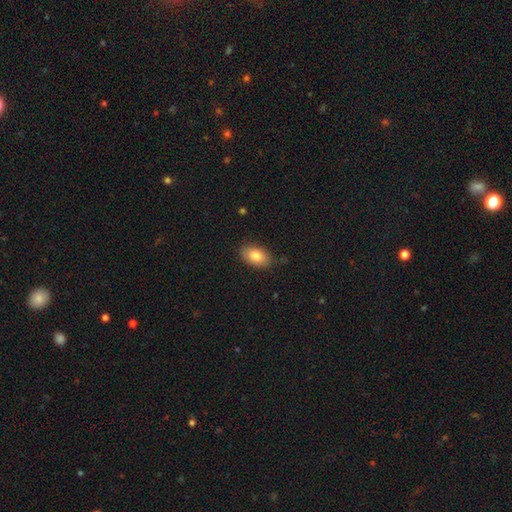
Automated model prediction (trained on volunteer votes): This appears to be a smooth galaxy with no disk features (82%) that is in between round and cigar-shaped (92%). Merging: none (83%).